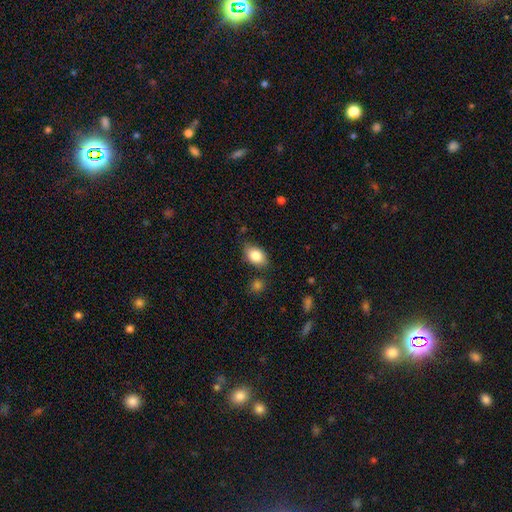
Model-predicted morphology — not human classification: smooth 83%, featured or disk 9%, star or artifact 8%. Down the decision tree: how rounded — in between (85%); merging — none (78%).